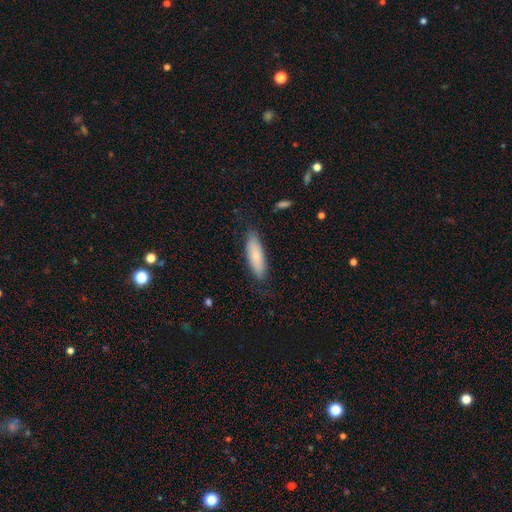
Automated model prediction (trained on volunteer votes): Smooth or featured? Predicted: smooth (p=0.76). How rounded? Predicted: cigar-shaped (p=0.49, tied with in between). Merging? Predicted: none (p=0.79).